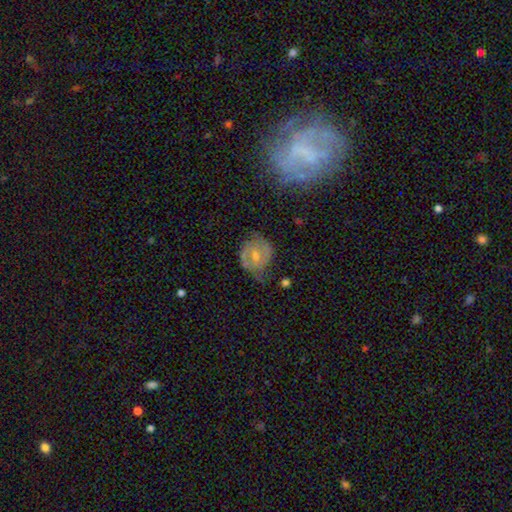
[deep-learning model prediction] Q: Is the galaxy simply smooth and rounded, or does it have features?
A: featured or disk — 64%.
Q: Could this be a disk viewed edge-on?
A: no — 97%.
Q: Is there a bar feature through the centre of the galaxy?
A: no — 58%.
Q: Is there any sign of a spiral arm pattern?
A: yes — 80%.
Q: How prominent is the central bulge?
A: moderate — 48%.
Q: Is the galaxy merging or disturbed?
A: none — 66%.